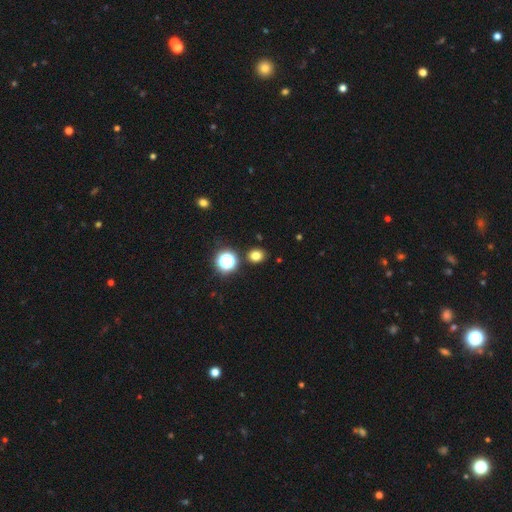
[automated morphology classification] Overall: smooth (75%). How rounded: round (71%). Merging: none (87%).